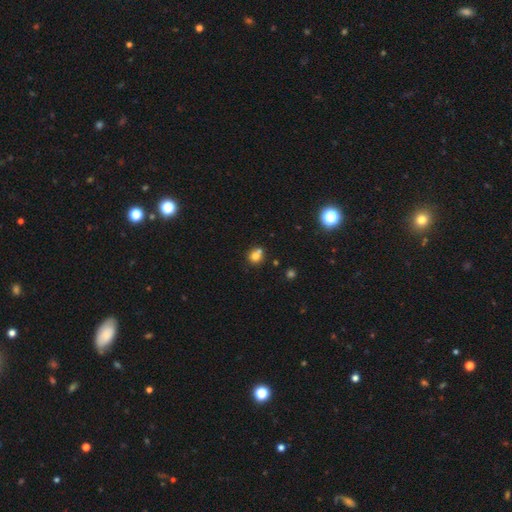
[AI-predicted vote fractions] Smooth or featured? smooth (75%)
How rounded? round (81%)
Merging? none (49%)